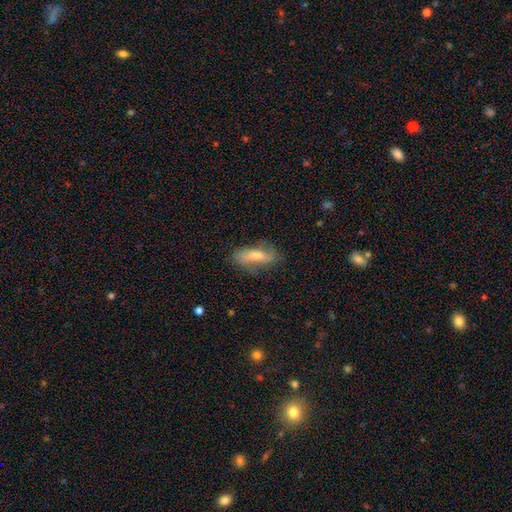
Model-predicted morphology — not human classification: Overall: smooth (50%; featured or disk 41%). How rounded: in between (61%; cigar-shaped 36%). Merging: none (73%).